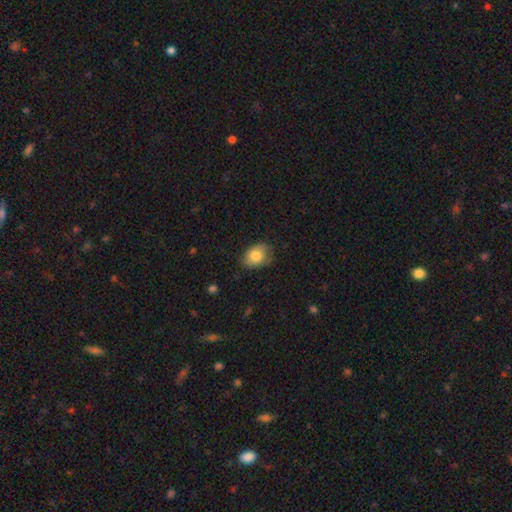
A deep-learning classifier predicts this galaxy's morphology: This is likely a smooth galaxy (79%). How rounded: likely in between (74%). Merging: likely none (65%).